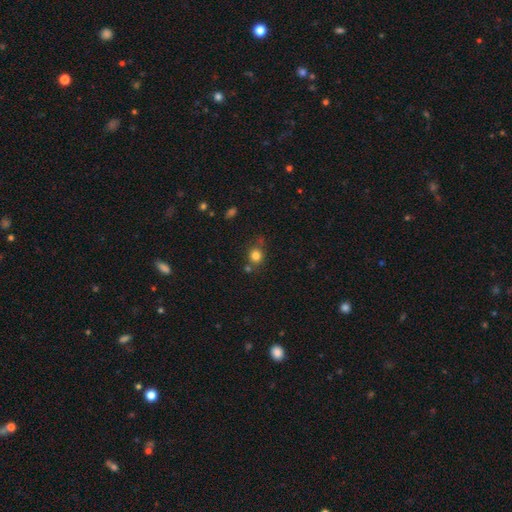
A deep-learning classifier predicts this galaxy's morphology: Smooth or featured? Predicted: smooth (p=0.81). How rounded? Predicted: round (p=0.81). Merging? Predicted: none (p=0.66).